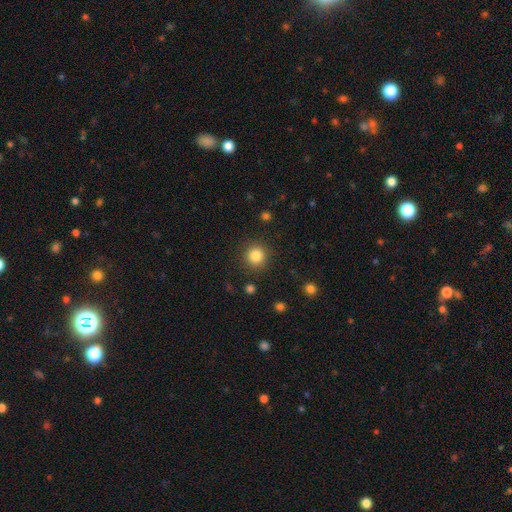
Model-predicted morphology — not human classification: Q: Smooth or featured?
A: smooth (84%); runner-up: star or artifact (11%)
Q: How rounded?
A: round (94%); runner-up: in between (5%)
Q: Merging?
A: none (89%); runner-up: minor disturbance (6%)